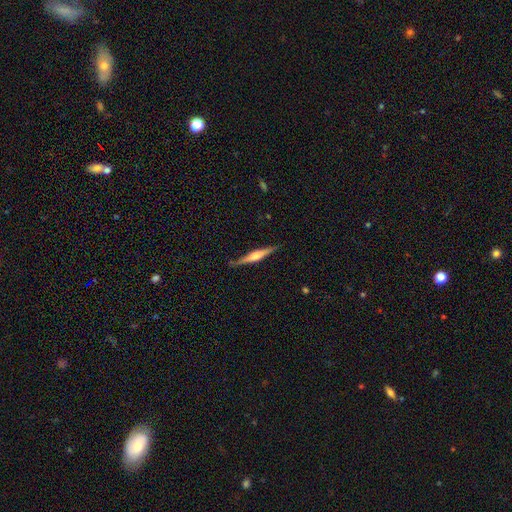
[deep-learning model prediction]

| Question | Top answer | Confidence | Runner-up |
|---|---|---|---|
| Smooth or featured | featured or disk | 71% | smooth (24%) |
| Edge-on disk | yes | 98% | no (2%) |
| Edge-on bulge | rounded | 75% | boxy (18%) |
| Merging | none | 85% | minor disturbance (11%) |